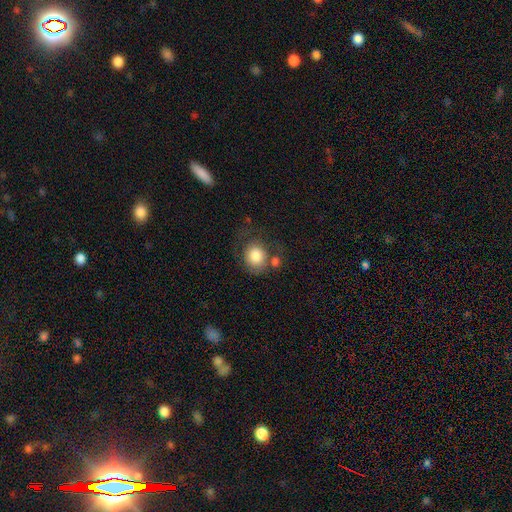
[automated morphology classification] smooth-or-featured: smooth: 80% | featured or disk: 13% | star or artifact: 7%
  how-rounded: round: 74% | in between: 25% | cigar-shaped: 1%
  merging: none: 48% | minor disturbance: 21% | merger: 17% | major disturbance: 14%